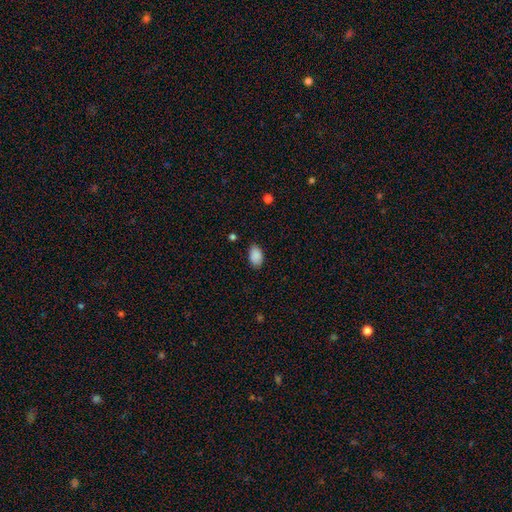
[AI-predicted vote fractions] Morphology: type=smooth (89%); roundness=in between (91%); merging=none (78%).